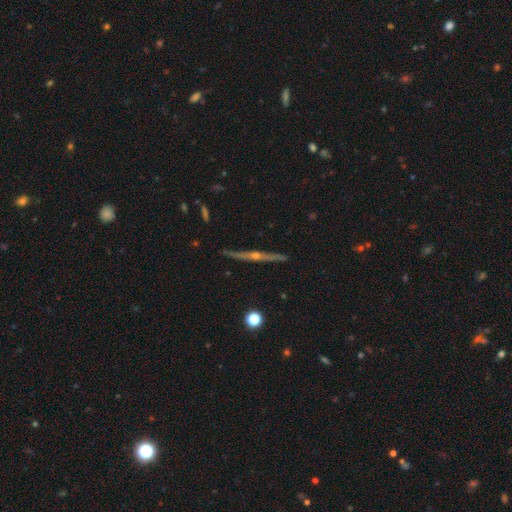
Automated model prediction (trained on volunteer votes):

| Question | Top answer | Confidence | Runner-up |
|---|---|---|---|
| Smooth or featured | featured or disk | 79% | smooth (12%) |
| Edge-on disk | yes | 97% | no (3%) |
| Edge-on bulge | rounded | 87% | none (8%) |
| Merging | none | 89% | minor disturbance (7%) |